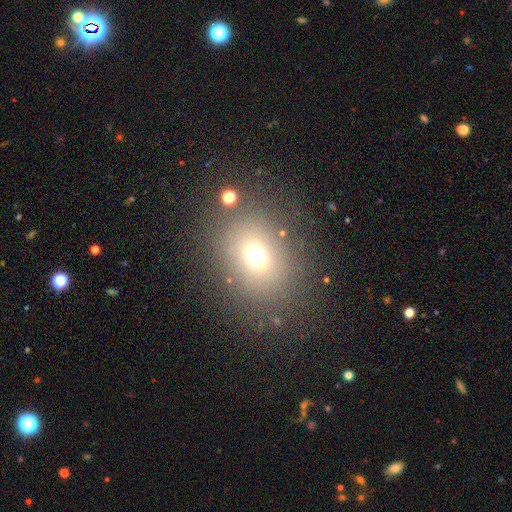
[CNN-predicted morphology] This is likely a smooth galaxy (66%). How rounded: possibly round (57%). Merging: likely none (74%).